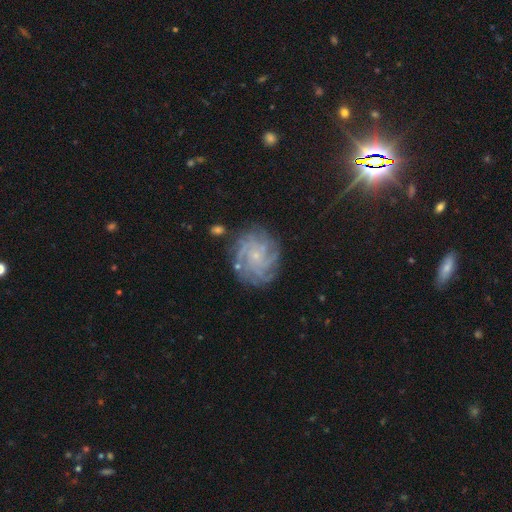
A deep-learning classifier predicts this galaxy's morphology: Q: Smooth or featured?
A: featured or disk (81%); runner-up: smooth (10%)
Q: Edge-on disk?
A: no (97%); runner-up: yes (3%)
Q: Bar?
A: no (76%); runner-up: weak (19%)
Q: Spiral arms?
A: yes (97%); runner-up: no (3%)
Q: Spiral winding?
A: tight (71%); runner-up: medium (24%)
Q: Spiral arm count?
A: 4 (27%); runner-up: more than 4 (23%)
Q: Bulge size?
A: small (83%); runner-up: moderate (11%)
Q: Merging?
A: none (80%); runner-up: minor disturbance (13%)